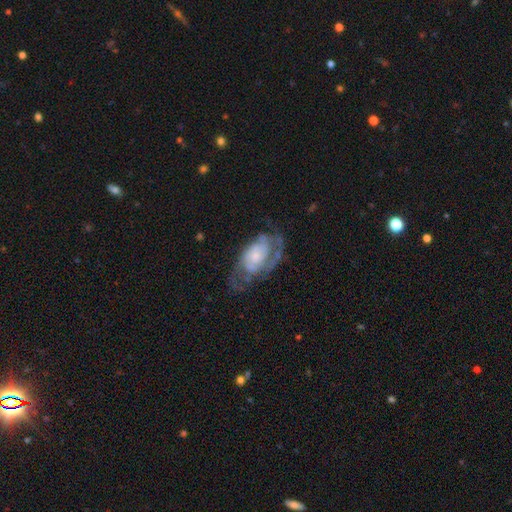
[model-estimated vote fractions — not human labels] featured or disk 76%, smooth 18%, star or artifact 6%. Down the decision tree: edge-on disk — no (96%); bar — no (73%); spiral arms — yes (82%); spiral arm count — 2 (42%); spiral winding — tight (46%); bulge size — small (50%); merging — none (48%).